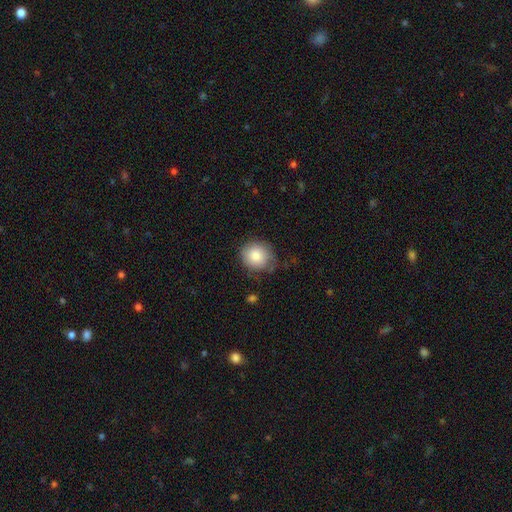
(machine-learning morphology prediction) Smooth or featured? Predicted: smooth (p=0.83). How rounded? Predicted: round (p=0.85). Merging? Predicted: none (p=0.69).